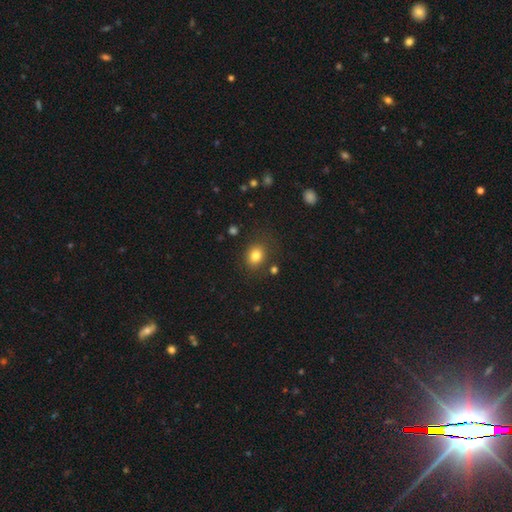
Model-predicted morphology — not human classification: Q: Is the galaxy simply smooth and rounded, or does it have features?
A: smooth — 81%.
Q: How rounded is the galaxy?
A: round — 59%.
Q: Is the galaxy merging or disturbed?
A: none — 80%.